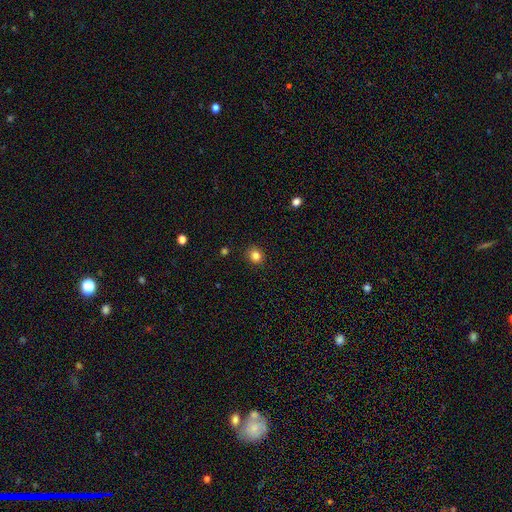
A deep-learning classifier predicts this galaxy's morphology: A smooth galaxy with no disk features (83%) that is round (82%).

Vote fractions:
- Smooth or featured? smooth: 83% / star or artifact: 12% / featured or disk: 5%
- How rounded? round: 82% / in between: 17% / cigar-shaped: 1%
- Merging? none: 90% / minor disturbance: 7% / major disturbance: 2% / merger: 1%